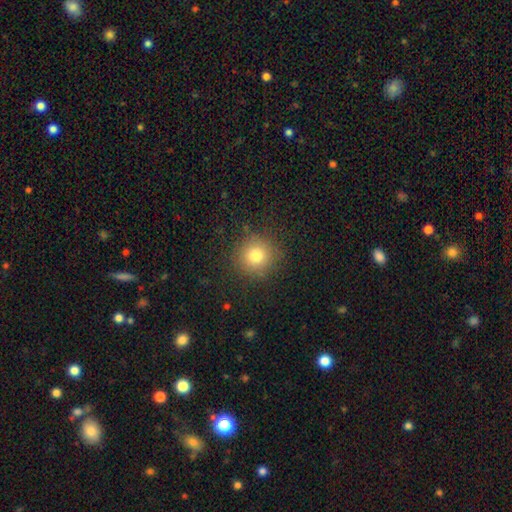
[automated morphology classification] smooth_or_featured: smooth (p=0.77) [alt: star or artifact p=0.14]
how_rounded: round (p=0.93) [alt: in between p=0.06]
merging: none (p=0.87) [alt: minor disturbance p=0.08]